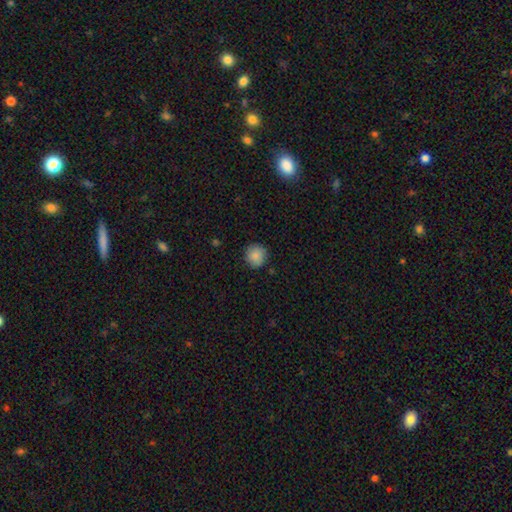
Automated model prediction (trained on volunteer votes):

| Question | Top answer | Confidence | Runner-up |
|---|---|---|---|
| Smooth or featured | smooth | 87% | star or artifact (8%) |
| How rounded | round | 92% | in between (7%) |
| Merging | none | 88% | minor disturbance (9%) |